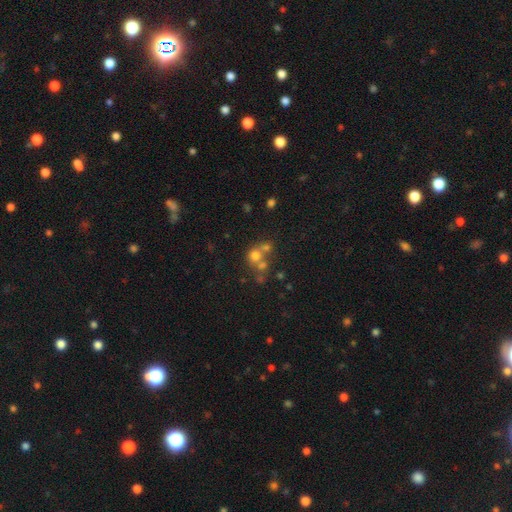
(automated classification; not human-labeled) smooth_or_featured: smooth (p=0.63) [alt: featured or disk p=0.20]
how_rounded: round (p=0.83) [alt: in between p=0.16]
merging: merger (p=0.49) [alt: none p=0.39]